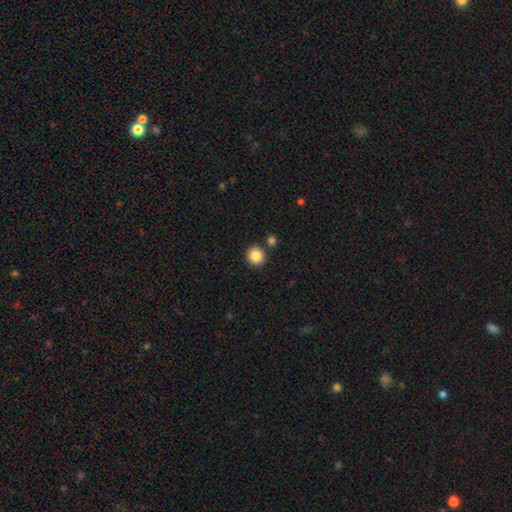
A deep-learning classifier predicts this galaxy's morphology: smooth 87%, star or artifact 9%, featured or disk 4%. Down the decision tree: how rounded — round (89%); merging — none (85%).